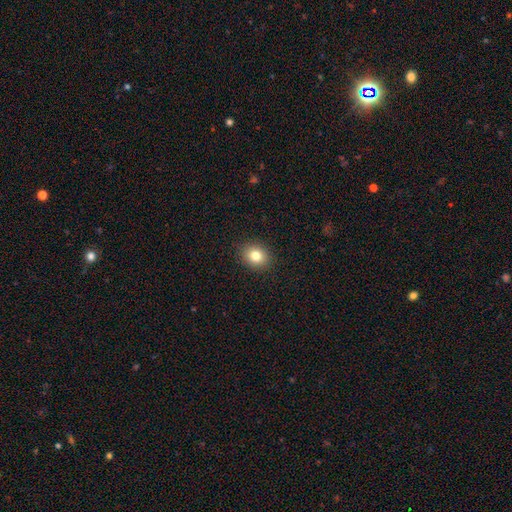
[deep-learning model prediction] Smooth or featured? Predicted: smooth (p=0.81). How rounded? Predicted: round (p=0.63). Merging? Predicted: none (p=0.90).